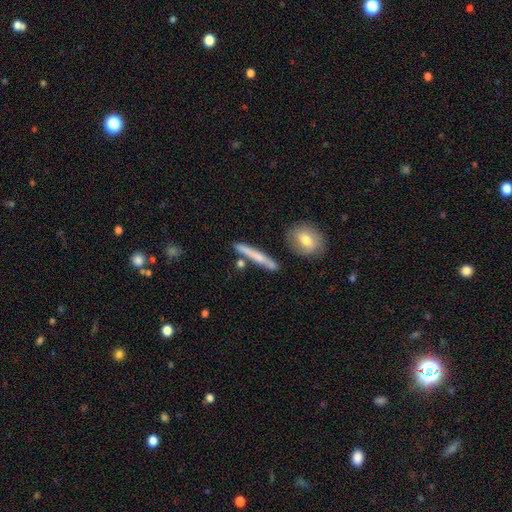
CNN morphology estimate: This is possibly a smooth galaxy (53%). How rounded: clearly cigar-shaped (92%). Merging: clearly none (81%).